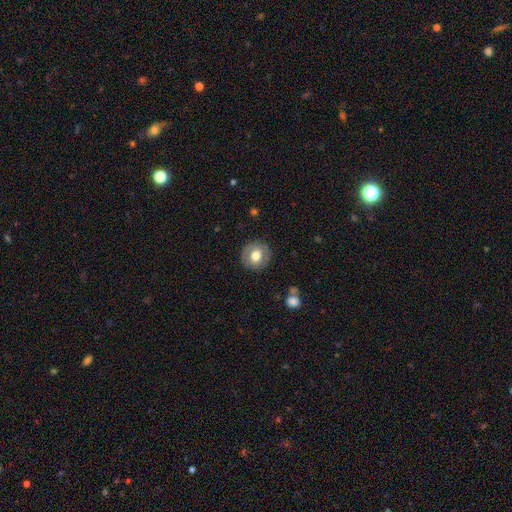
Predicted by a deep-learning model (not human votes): This is likely a smooth galaxy (66%). How rounded: clearly round (89%). Merging: clearly none (87%).